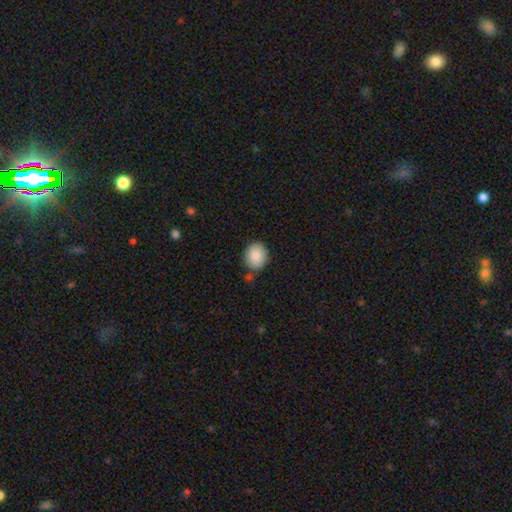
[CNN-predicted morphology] Q: Smooth or featured?
A: smooth (88%); runner-up: star or artifact (7%)
Q: How rounded?
A: round (63%); runner-up: in between (36%)
Q: Merging?
A: none (80%); runner-up: minor disturbance (13%)